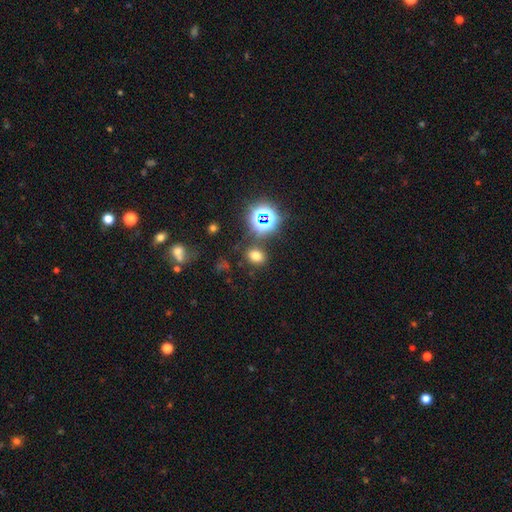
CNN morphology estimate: smooth-or-featured: smooth: 68% | star or artifact: 24% | featured or disk: 8%
  how-rounded: in between: 54% | round: 45% | cigar-shaped: 1%
  merging: none: 81% | minor disturbance: 10% | merger: 5% | major disturbance: 4%